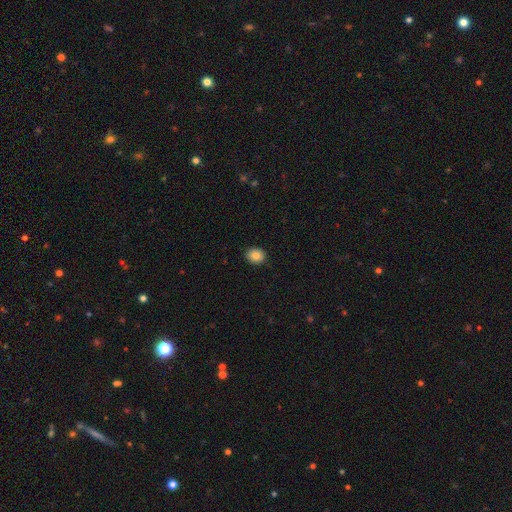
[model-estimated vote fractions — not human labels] Morphology: type=smooth (84%); roundness=round (61%); merging=none (91%).